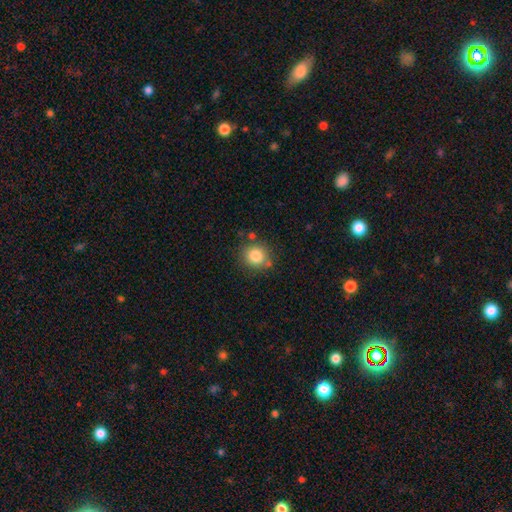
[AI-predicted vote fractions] Smooth or featured?
  - smooth: 82% *
  - star or artifact: 10%
  - featured or disk: 7%
How rounded?
  - round: 89% *
  - in between: 10%
  - cigar-shaped: 1%
Merging?
  - none: 79% *
  - minor disturbance: 12%
  - merger: 6%
  - major disturbance: 3%